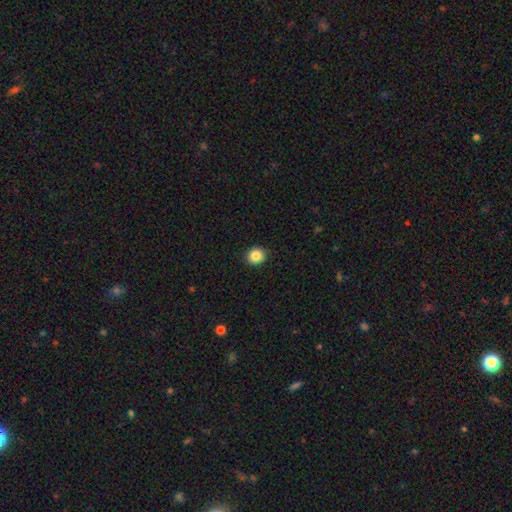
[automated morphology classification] smooth_or_featured: smooth (p=0.86) [alt: star or artifact p=0.10]
how_rounded: round (p=0.88) [alt: in between p=0.11]
merging: none (p=0.92) [alt: minor disturbance p=0.05]